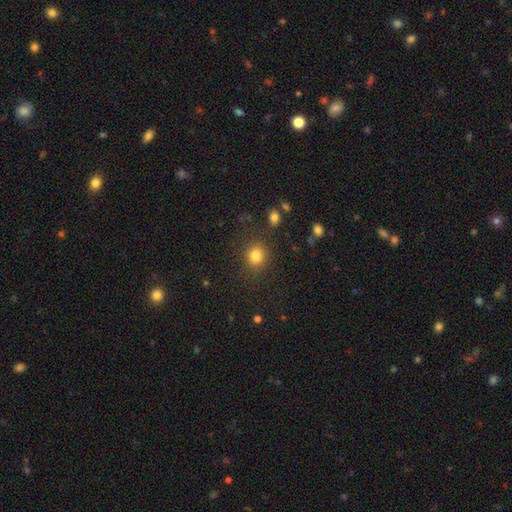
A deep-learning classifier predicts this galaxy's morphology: smooth 83%, star or artifact 12%, featured or disk 5%. Down the decision tree: how rounded — round (80%); merging — none (82%).